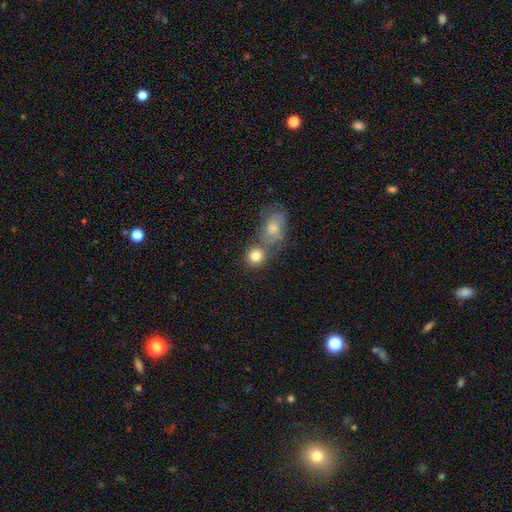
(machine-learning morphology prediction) type=smooth (81%); roundness=round (76%); merging=none (52%).